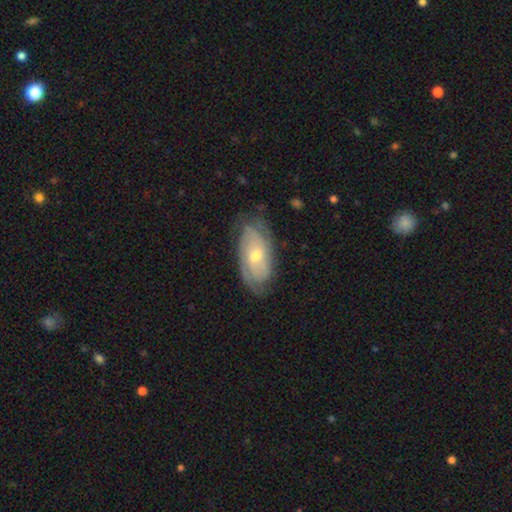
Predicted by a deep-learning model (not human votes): This appears to be a featured or disk galaxy (73%) with no bar (66%), tight (63%) spiral arms (88%) and a moderate central bulge (60%). Merging: none (71%).